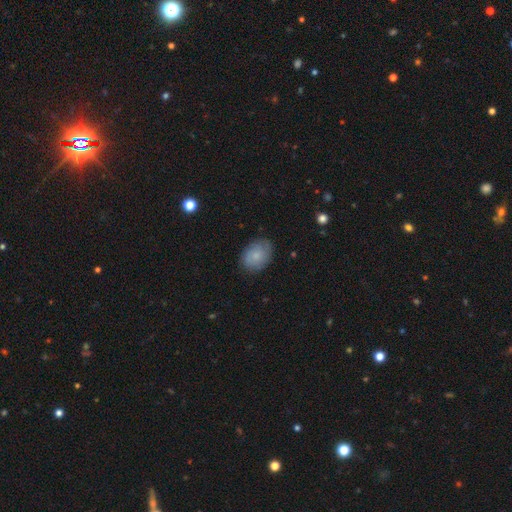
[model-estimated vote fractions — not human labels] Smooth or featured? Predicted: smooth (p=0.74). How rounded? Predicted: in between (p=0.74). Merging? Predicted: none (p=0.78).